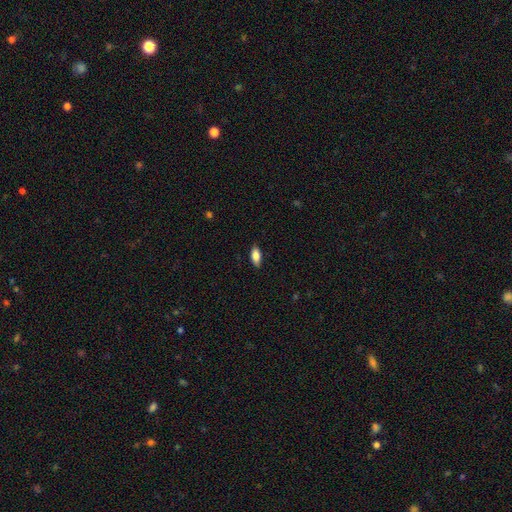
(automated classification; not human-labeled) Smooth or featured? Predicted: smooth (p=0.83). How rounded? Predicted: in between (p=0.86). Merging? Predicted: none (p=0.85).